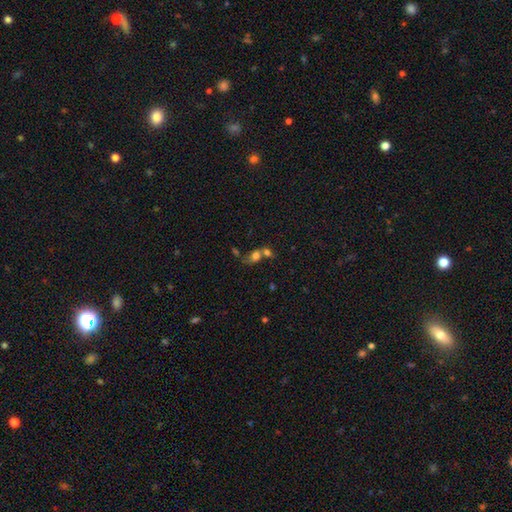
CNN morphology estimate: This appears to be a smooth galaxy with no disk features (69%) that is in between round and cigar-shaped (58%). Merging: merger (62%).